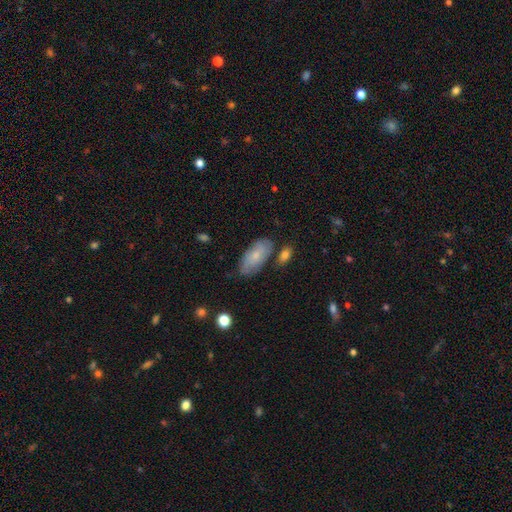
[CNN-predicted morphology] Smooth or featured: smooth — 66% (featured or disk — 27%)
How rounded: in between — 90% (cigar-shaped — 7%)
Merging: none — 71% (minor disturbance — 19%)